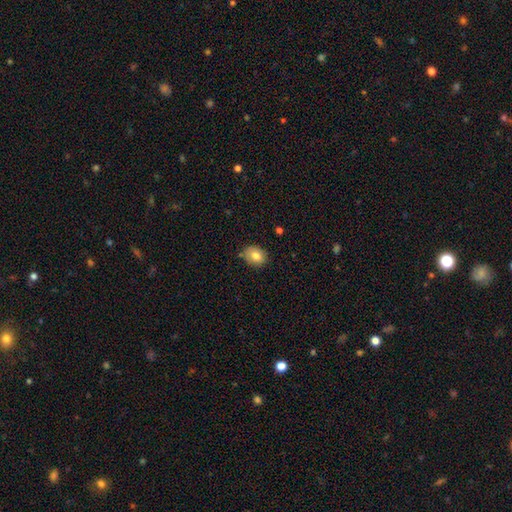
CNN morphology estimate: Smooth or featured? smooth (80%)
How rounded? round (50%)
Merging? none (81%)